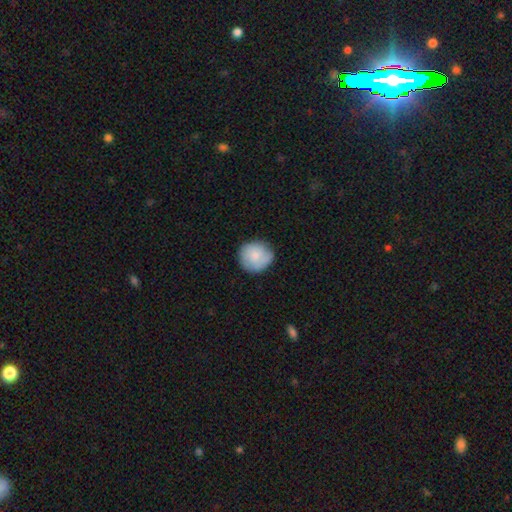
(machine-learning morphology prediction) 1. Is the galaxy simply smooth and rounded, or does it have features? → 76% smooth, 18% featured or disk, 6% star or artifact.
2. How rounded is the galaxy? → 91% round, 8% in between, 1% cigar-shaped.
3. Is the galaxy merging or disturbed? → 77% none, 18% minor disturbance, 4% major disturbance, 1% merger.